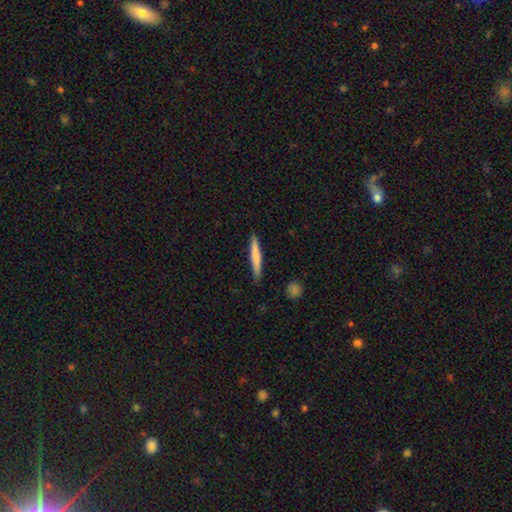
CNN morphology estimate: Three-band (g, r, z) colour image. It shows a smooth galaxy with no disk features (69%) that is cigar-shaped (95%). Merging: none (88%).